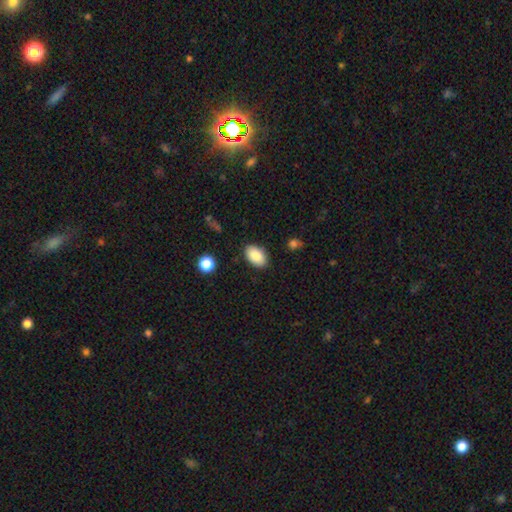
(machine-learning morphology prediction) Smooth or featured: smooth — 87% (star or artifact — 7%)
How rounded: in between — 92% (round — 7%)
Merging: none — 87% (minor disturbance — 9%)